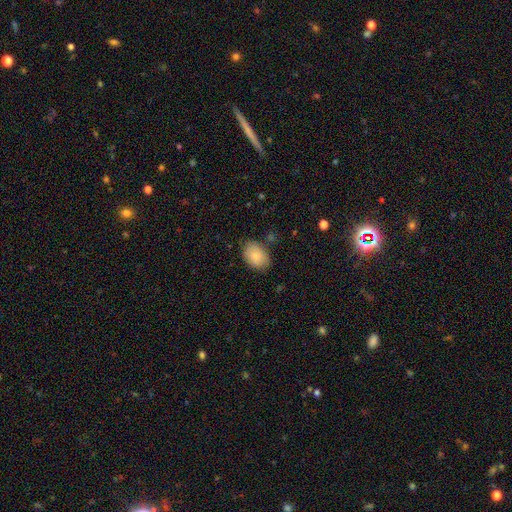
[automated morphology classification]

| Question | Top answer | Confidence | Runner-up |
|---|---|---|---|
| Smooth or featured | smooth | 82% | featured or disk (11%) |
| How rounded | in between | 80% | round (19%) |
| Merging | none | 78% | minor disturbance (16%) |